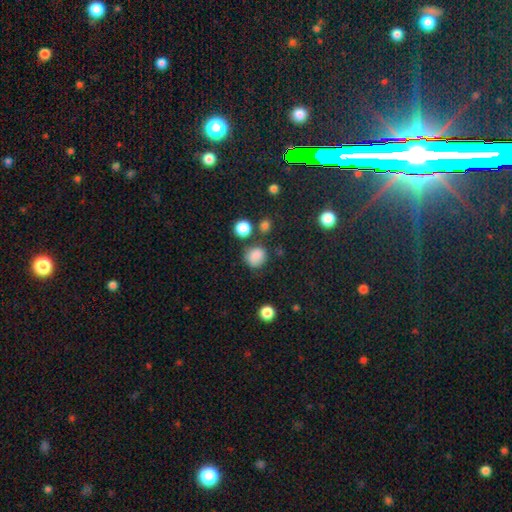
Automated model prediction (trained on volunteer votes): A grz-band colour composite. It shows a smooth galaxy with no disk features (83%) that is round (82%). Merging: none (71%).